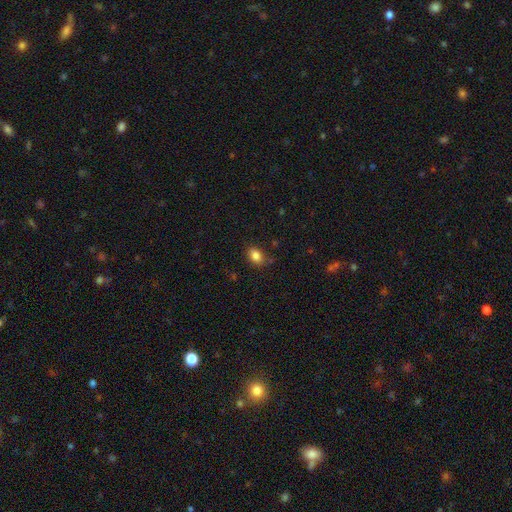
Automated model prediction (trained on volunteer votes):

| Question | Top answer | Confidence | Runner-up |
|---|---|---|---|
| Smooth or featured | smooth | 84% | star or artifact (10%) |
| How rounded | in between | 72% | round (27%) |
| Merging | none | 80% | minor disturbance (15%) |